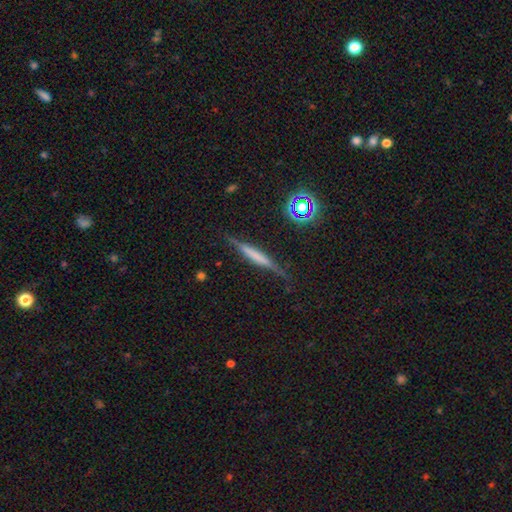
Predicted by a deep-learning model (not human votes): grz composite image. It shows a featured or disk galaxy (50%). Merging: none (77%).